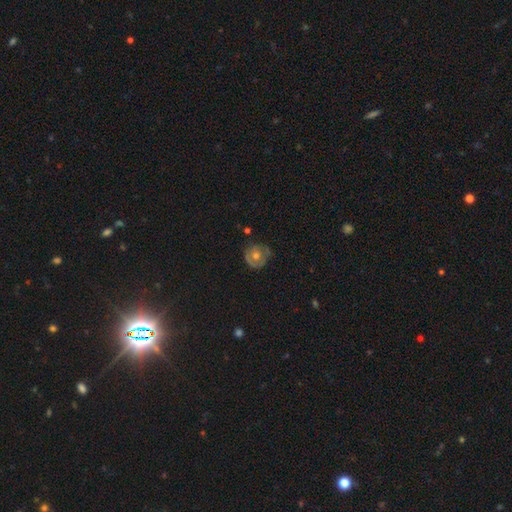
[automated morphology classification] This appears to be a featured or disk galaxy (49%). Merging: none (66%).